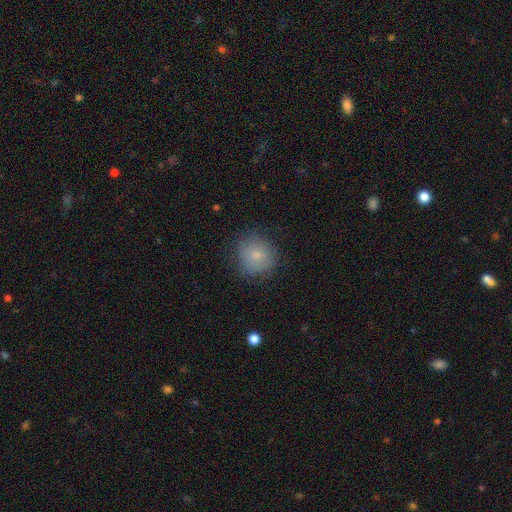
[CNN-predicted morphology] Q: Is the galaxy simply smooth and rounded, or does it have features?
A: smooth — 78%.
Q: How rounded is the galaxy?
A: round — 87%.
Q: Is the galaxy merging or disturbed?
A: none — 75%.